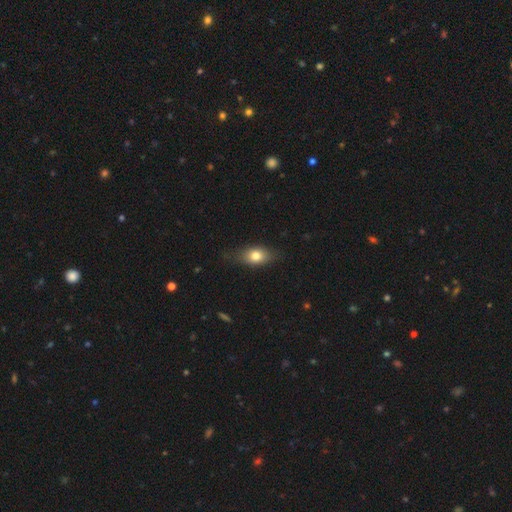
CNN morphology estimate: type=smooth (74%); roundness=in between (77%); merging=none (71%).